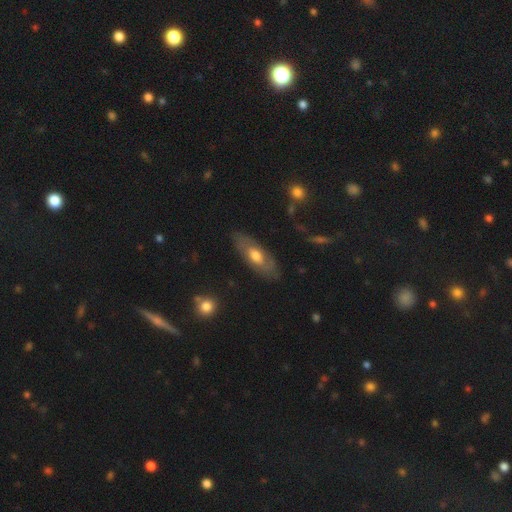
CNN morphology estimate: smooth-or-featured: featured or disk: 50% | smooth: 44% | star or artifact: 6%
  merging: none: 79% | minor disturbance: 15% | major disturbance: 5% | merger: 1%